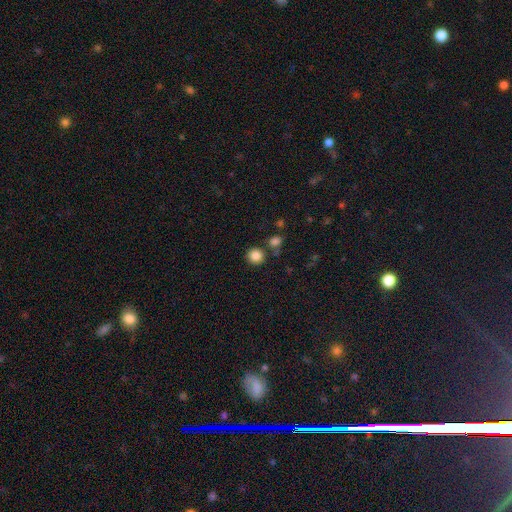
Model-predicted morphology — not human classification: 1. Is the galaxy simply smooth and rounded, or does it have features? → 86% smooth, 10% star or artifact, 4% featured or disk.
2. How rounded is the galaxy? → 90% round, 9% in between, 1% cigar-shaped.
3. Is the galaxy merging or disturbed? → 81% none, 9% merger, 8% minor disturbance, 3% major disturbance.